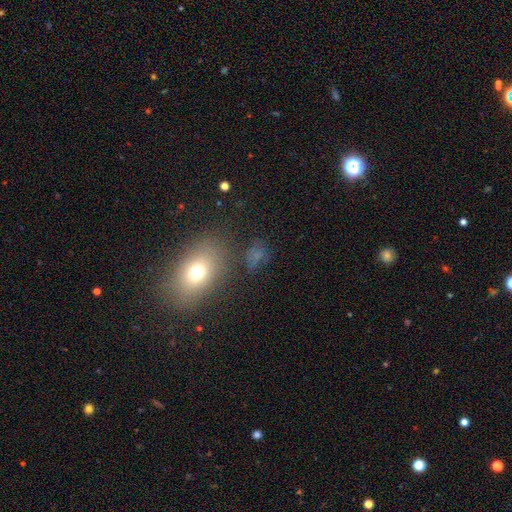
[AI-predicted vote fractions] Q: Smooth or featured?
A: smooth (56%); runner-up: star or artifact (27%)
Q: How rounded?
A: in between (59%); runner-up: round (37%)
Q: Merging?
A: none (62%); runner-up: minor disturbance (18%)